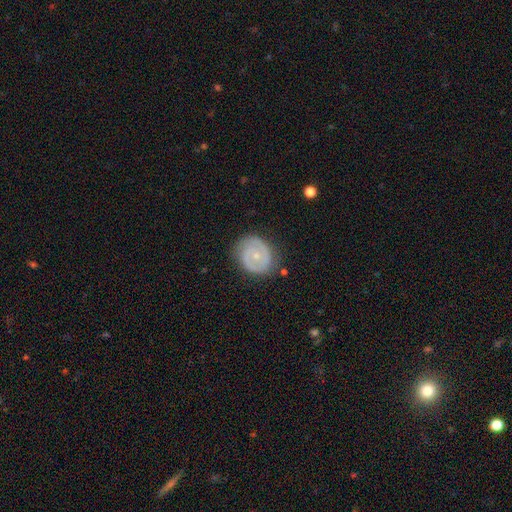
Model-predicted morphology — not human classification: A featured or disk galaxy (69%) with no bar (72%), 2 (61%) tight (61%) spiral arms (78%) and a small central bulge (68%).

Vote fractions:
- Smooth or featured? featured or disk: 69% / smooth: 25% / star or artifact: 6%
- Edge-on disk? no: 97% / yes: 3%
- Bar? no: 72% / weak: 23% / strong: 4%
- Spiral arms? yes: 78% / no: 22%
- Spiral winding? tight: 61% / medium: 29% / loose: 10%
- Spiral arm count? 2: 61% / can't tell: 18% / 1: 14% / 3: 4% / 4: 2% / more than 4: 2%
- Bulge size? small: 68% / moderate: 28% / none: 2% / large: 1% / dominant: 1%
- Merging? none: 78% / minor disturbance: 16% / major disturbance: 5% / merger: 1%